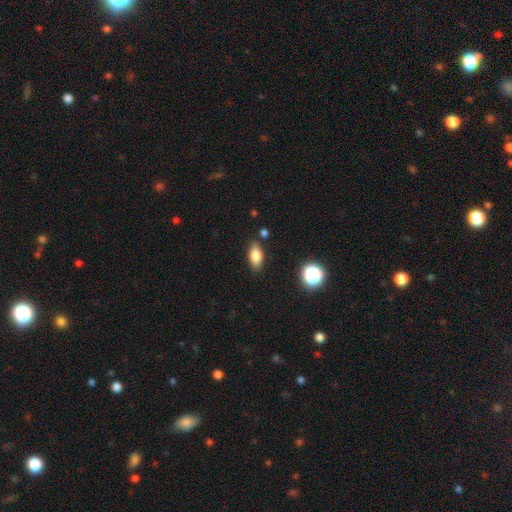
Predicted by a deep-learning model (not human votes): The model was most divided on "smooth or featured": smooth: 79%, featured or disk: 12%, star or artifact: 10%. More confident: how rounded — in between (84%); merging — none (83%).